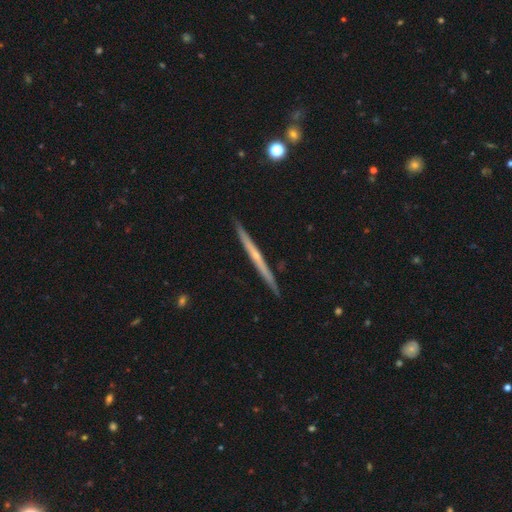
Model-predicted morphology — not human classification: Smooth or featured? Predicted: featured or disk (p=0.69). Edge-on disk? Predicted: yes (p=0.98). Edge-on bulge? Predicted: none (p=0.61). Merging? Predicted: none (p=0.91).